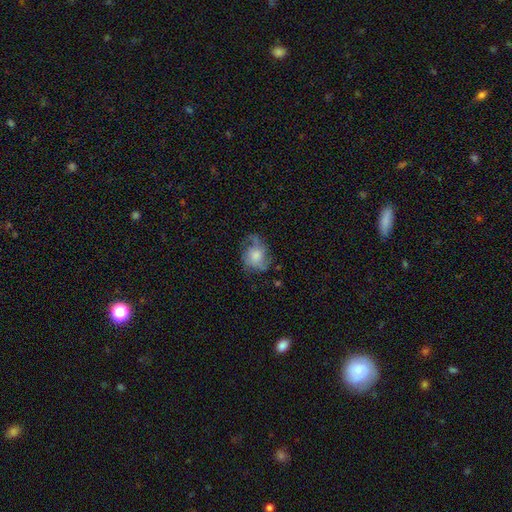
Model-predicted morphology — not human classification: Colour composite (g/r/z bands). It shows a smooth galaxy with no disk features (50%). Merging: none (45%).